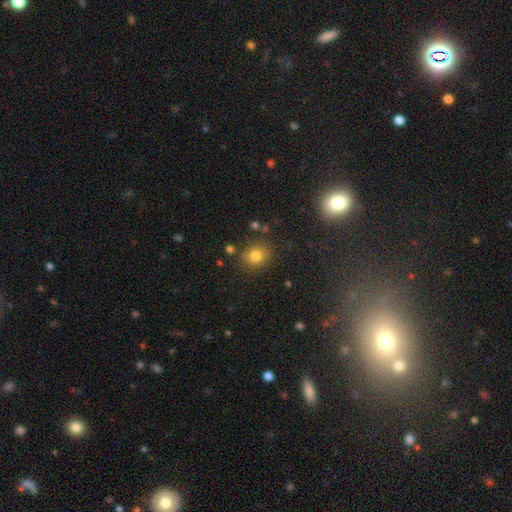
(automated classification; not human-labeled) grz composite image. It shows a smooth galaxy with no disk features (79%) that is round (73%). Merging: none (82%).